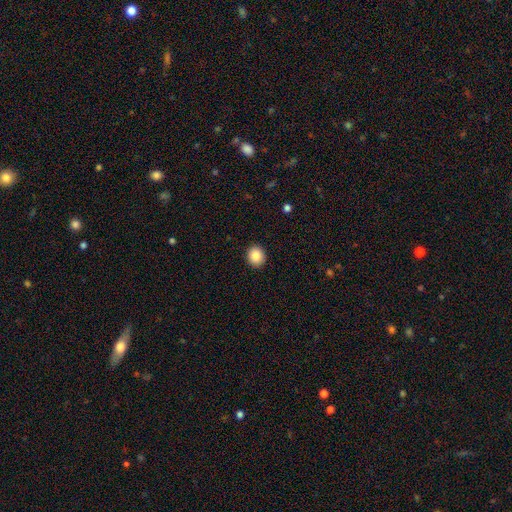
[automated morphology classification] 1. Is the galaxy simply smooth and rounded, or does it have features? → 87% smooth, 9% star or artifact, 4% featured or disk.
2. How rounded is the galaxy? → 77% round, 22% in between, 1% cigar-shaped.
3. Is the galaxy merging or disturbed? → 92% none, 6% minor disturbance, 2% major disturbance, 1% merger.